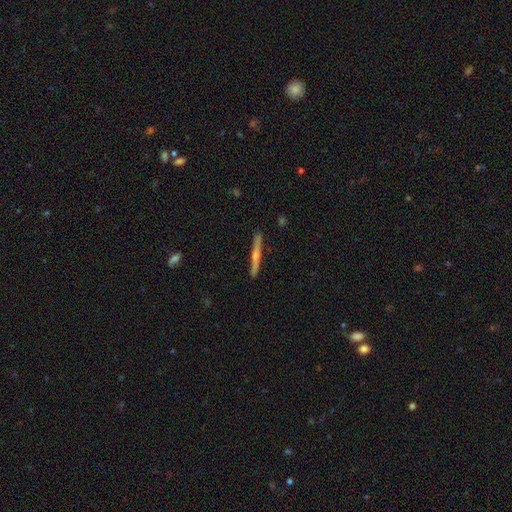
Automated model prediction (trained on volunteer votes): featured or disk 68%, smooth 26%, star or artifact 6%. Down the decision tree: edge-on disk — yes (98%); edge-on bulge — rounded (83%); merging — none (91%).